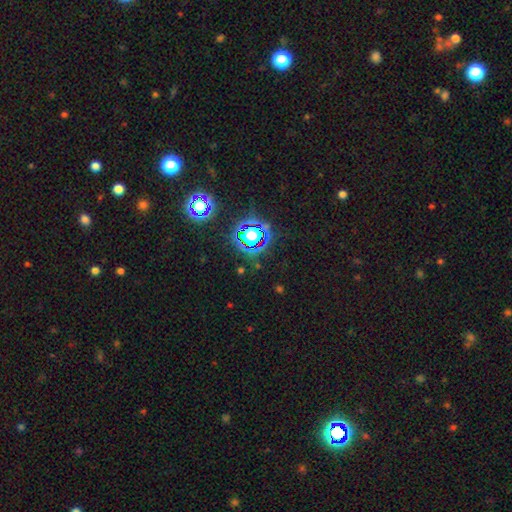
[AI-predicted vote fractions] Q: Smooth or featured?
A: star or artifact (80%); runner-up: smooth (13%)